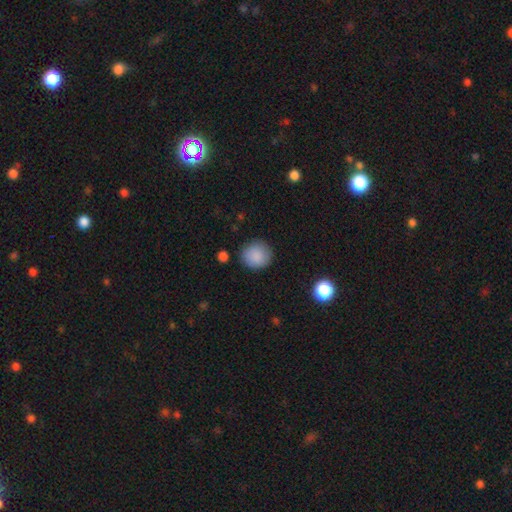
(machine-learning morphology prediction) Smooth or featured?
  - smooth: 88% *
  - star or artifact: 8%
  - featured or disk: 4%
How rounded?
  - round: 89% *
  - in between: 10%
  - cigar-shaped: 1%
Merging?
  - none: 86% *
  - minor disturbance: 9%
  - major disturbance: 3%
  - merger: 2%